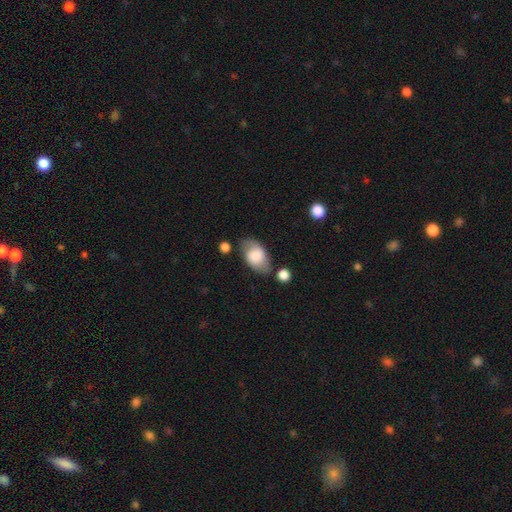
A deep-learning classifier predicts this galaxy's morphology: smooth-or-featured: smooth: 72% | featured or disk: 21% | star or artifact: 7%
  how-rounded: in between: 92% | round: 6% | cigar-shaped: 2%
  merging: none: 63% | minor disturbance: 22% | merger: 8% | major disturbance: 7%